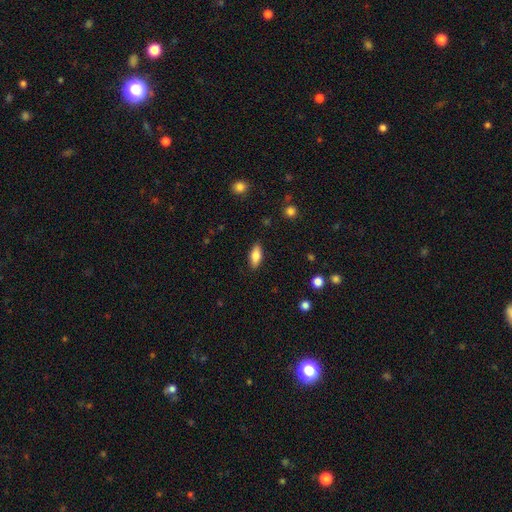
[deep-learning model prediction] Q: Smooth or featured?
A: smooth (80%); runner-up: featured or disk (13%)
Q: How rounded?
A: in between (81%); runner-up: cigar-shaped (16%)
Q: Merging?
A: none (87%); runner-up: minor disturbance (10%)